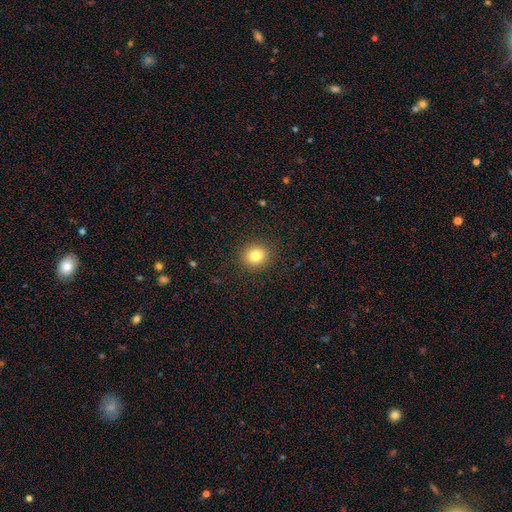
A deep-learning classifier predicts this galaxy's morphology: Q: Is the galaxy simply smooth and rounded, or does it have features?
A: smooth — 81%.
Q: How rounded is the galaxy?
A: round — 83%.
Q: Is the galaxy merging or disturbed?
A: none — 90%.